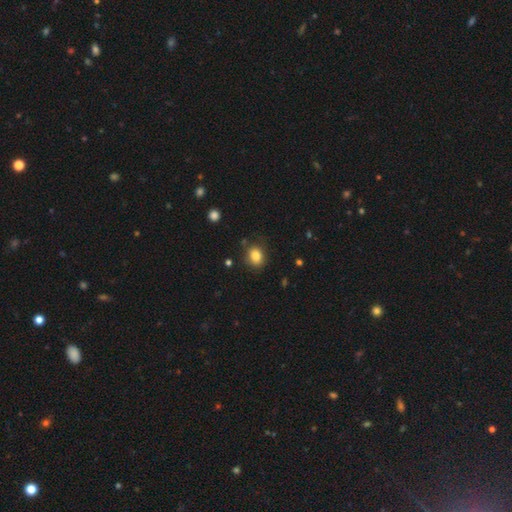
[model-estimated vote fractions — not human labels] Smooth or featured: smooth — 83% (star or artifact — 10%)
How rounded: round — 58% (in between — 41%)
Merging: none — 82% (minor disturbance — 13%)